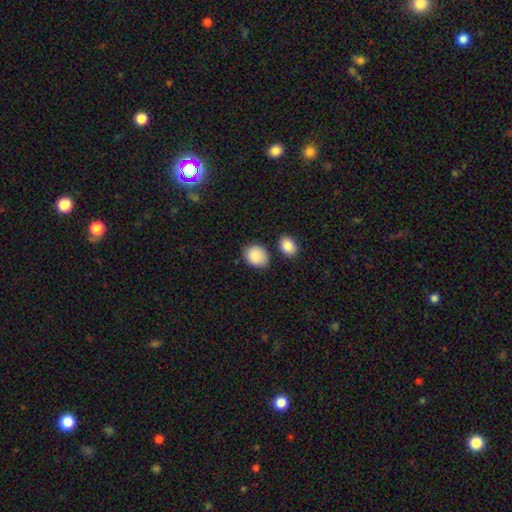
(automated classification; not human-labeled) Morphology: type=smooth (89%); roundness=round (55%); merging=none (76%).